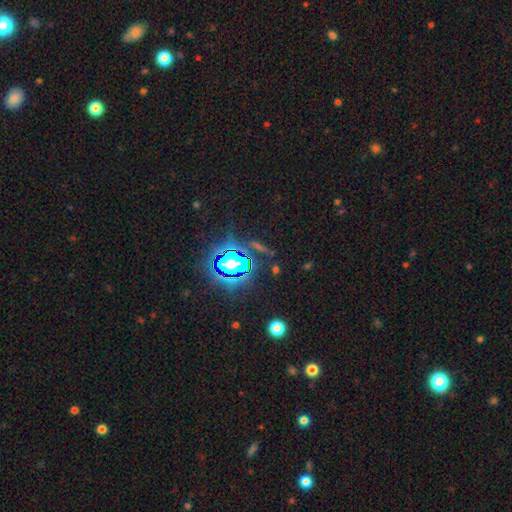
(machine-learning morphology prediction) Q: Smooth or featured?
A: star or artifact (81%); runner-up: smooth (11%)